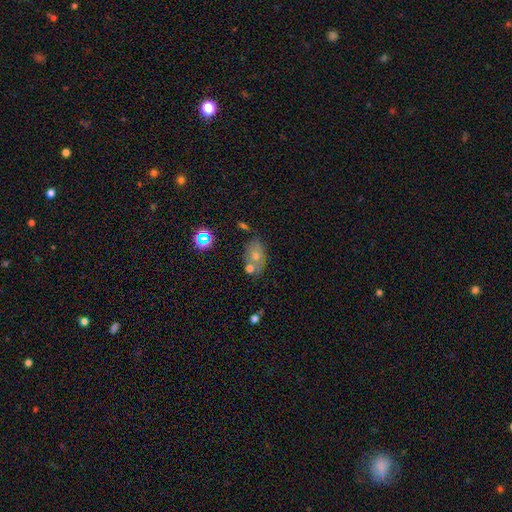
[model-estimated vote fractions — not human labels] Morphology: type=smooth (46%); merging=none (58%).